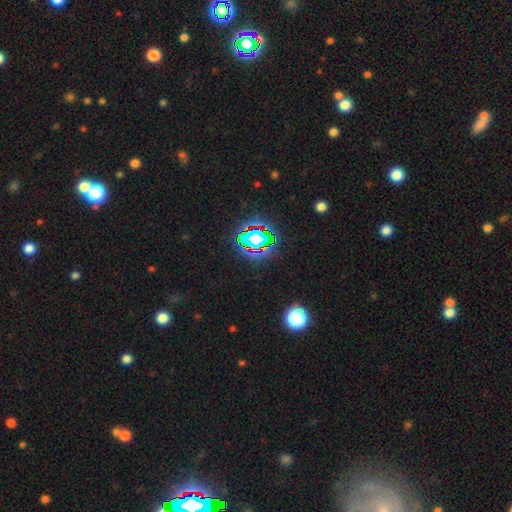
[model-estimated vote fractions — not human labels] The model was most divided on "smooth or featured": star or artifact: 76%, smooth: 14%, featured or disk: 10%.